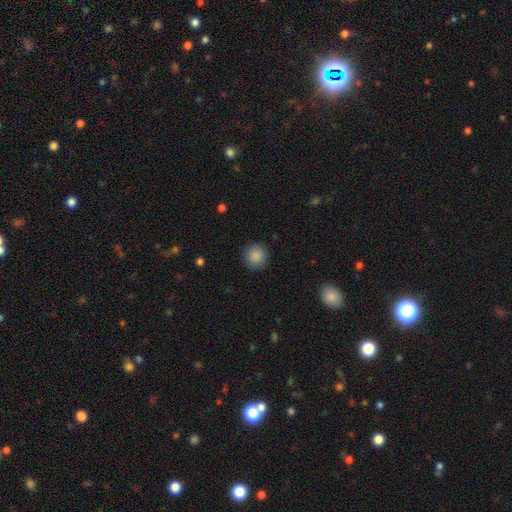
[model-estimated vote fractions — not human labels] smooth 88%, star or artifact 9%, featured or disk 4%. Down the decision tree: how rounded — round (93%); merging — none (90%).